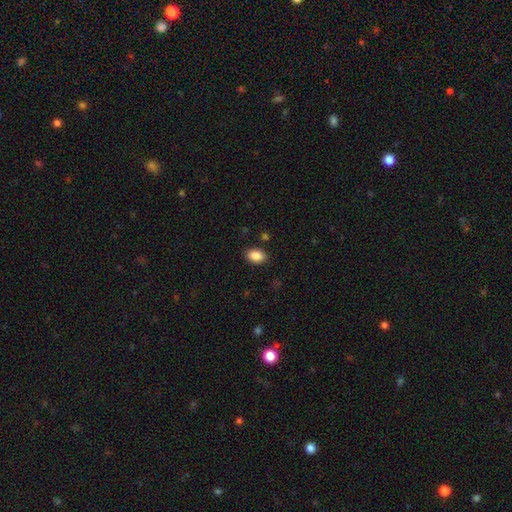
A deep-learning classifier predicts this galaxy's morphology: This is clearly a smooth galaxy (89%). How rounded: clearly in between (85%). Merging: clearly none (87%).